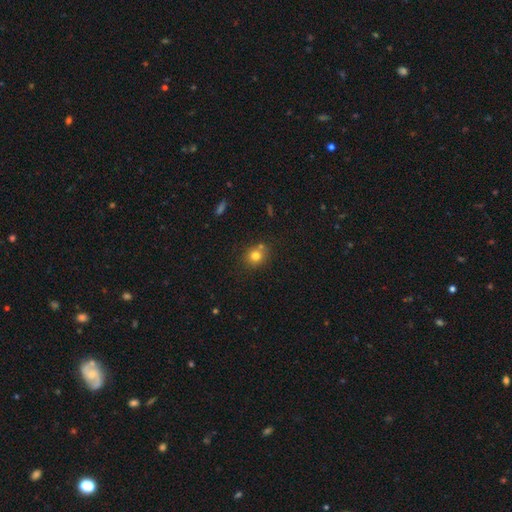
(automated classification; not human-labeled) Q: Smooth or featured?
A: smooth (77%); runner-up: star or artifact (13%)
Q: How rounded?
A: round (80%); runner-up: in between (19%)
Q: Merging?
A: none (67%); runner-up: merger (18%)